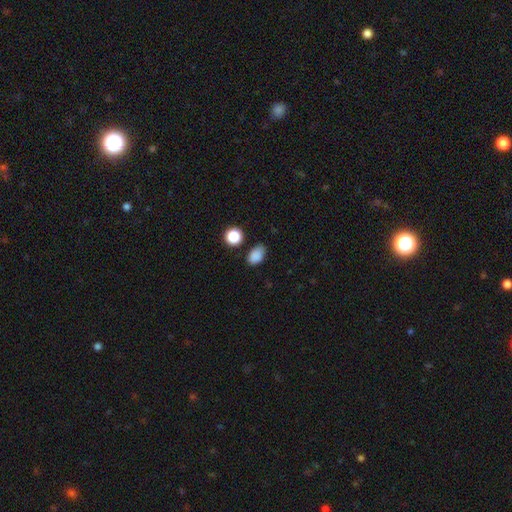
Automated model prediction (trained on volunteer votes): Smooth or featured: smooth — 85% (star or artifact — 11%)
How rounded: in between — 83% (round — 16%)
Merging: none — 72% (minor disturbance — 20%)